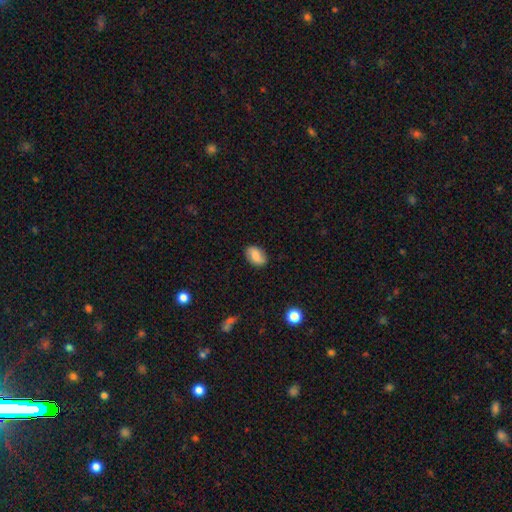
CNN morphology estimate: Smooth or featured? smooth (62%)
How rounded? in between (84%)
Merging? none (83%)